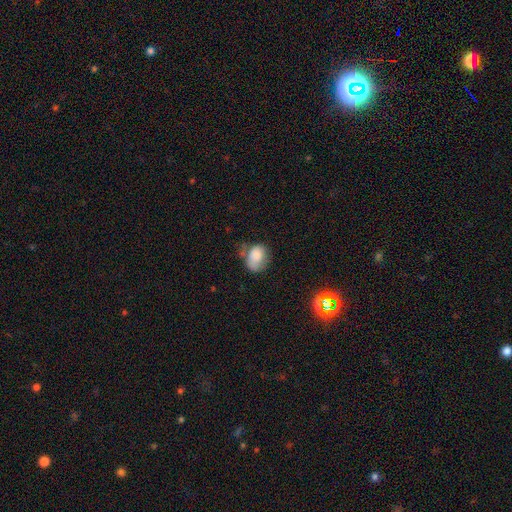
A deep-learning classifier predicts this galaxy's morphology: The model was most divided on "merging": none: 40%, minor disturbance: 34%, major disturbance: 19%, merger: 7%. More confident: smooth or featured — smooth (78%); how rounded — in between (66%).